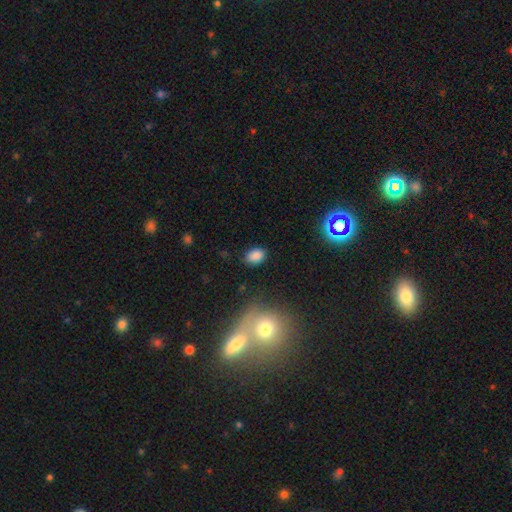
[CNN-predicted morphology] Q: Smooth or featured?
A: smooth (84%); runner-up: star or artifact (11%)
Q: How rounded?
A: in between (77%); runner-up: round (22%)
Q: Merging?
A: none (82%); runner-up: minor disturbance (13%)